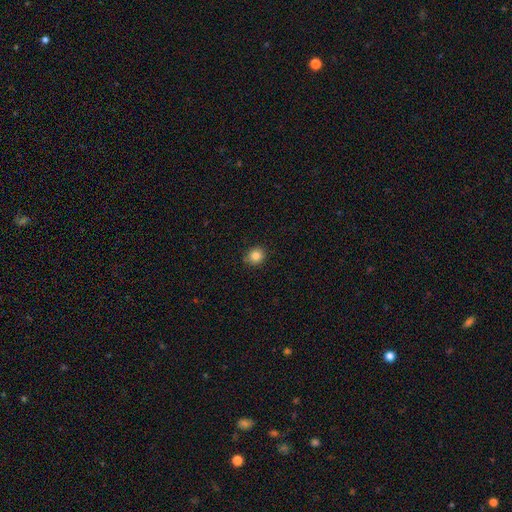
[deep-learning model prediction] Overall: smooth (85%). How rounded: round (82%). Merging: none (86%).